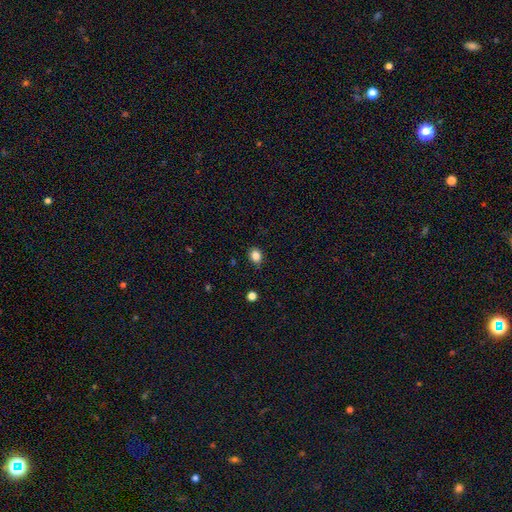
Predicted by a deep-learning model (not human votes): Smooth or featured: smooth — 85% (star or artifact — 11%)
How rounded: round — 53% (in between — 46%)
Merging: none — 85% (minor disturbance — 11%)